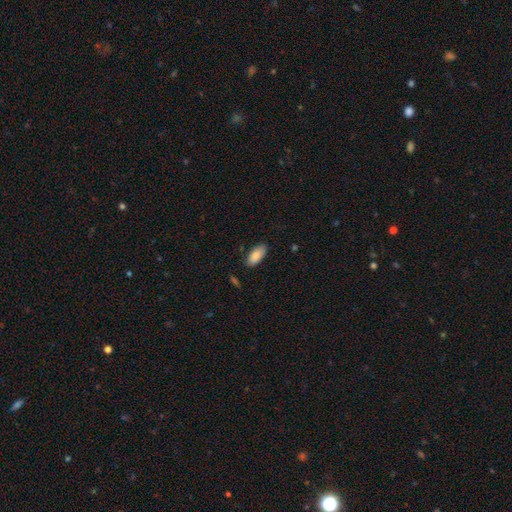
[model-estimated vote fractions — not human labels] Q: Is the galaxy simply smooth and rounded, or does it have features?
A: smooth — 87%.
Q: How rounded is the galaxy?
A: in between — 92%.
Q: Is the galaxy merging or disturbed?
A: none — 81%.